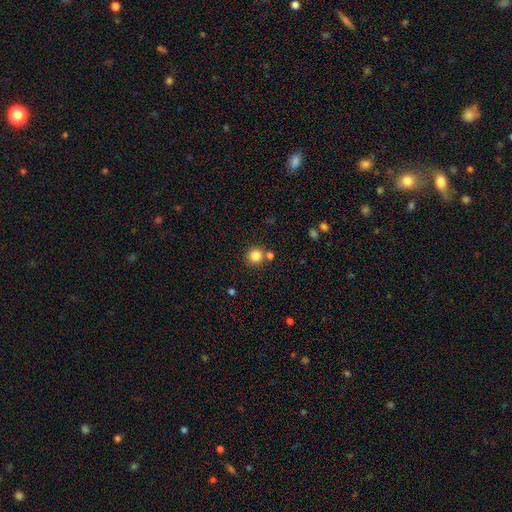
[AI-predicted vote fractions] Morphology: type=smooth (83%); roundness=round (92%); merging=none (76%).